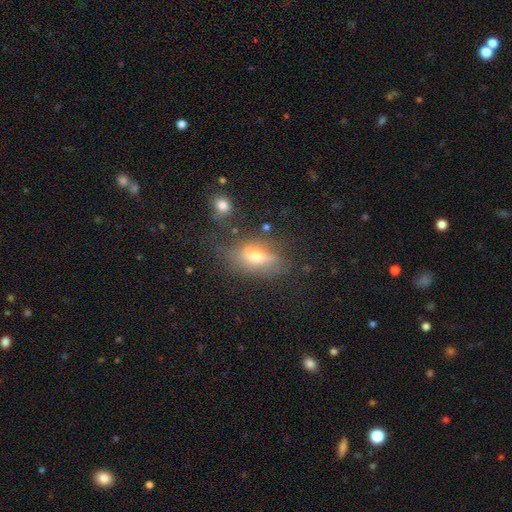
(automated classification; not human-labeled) Q: Smooth or featured?
A: smooth (48%); runner-up: featured or disk (40%)
Q: Merging?
A: none (57%); runner-up: minor disturbance (22%)